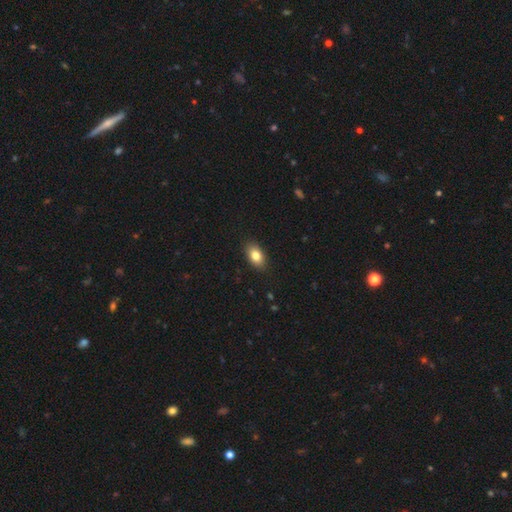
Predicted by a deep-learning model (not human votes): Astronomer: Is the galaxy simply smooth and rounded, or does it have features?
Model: smooth — 82%.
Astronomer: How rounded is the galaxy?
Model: in between — 89%.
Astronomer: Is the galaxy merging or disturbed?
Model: none — 88%.